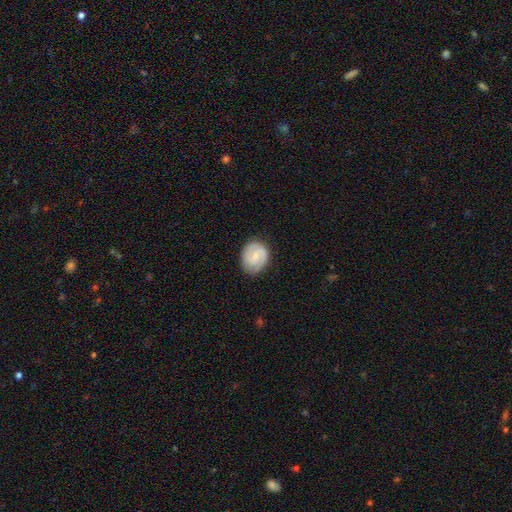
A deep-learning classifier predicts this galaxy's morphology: The model was most divided on "spiral winding": tight: 46%, medium: 41%, loose: 12%. More confident: edge-on disk — no (98%); spiral arms — yes (93%); merging — none (81%); spiral arm count — 2 (79%); smooth or featured — featured or disk (65%); bulge size — small (61%); bar — weak (54%).